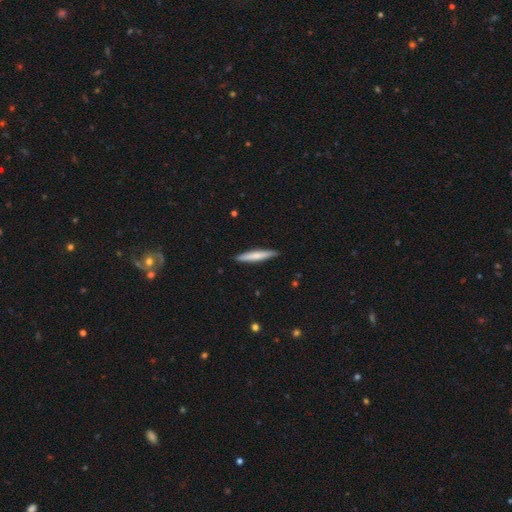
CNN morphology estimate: Smooth or featured? smooth (68%)
How rounded? cigar-shaped (93%)
Merging? none (89%)